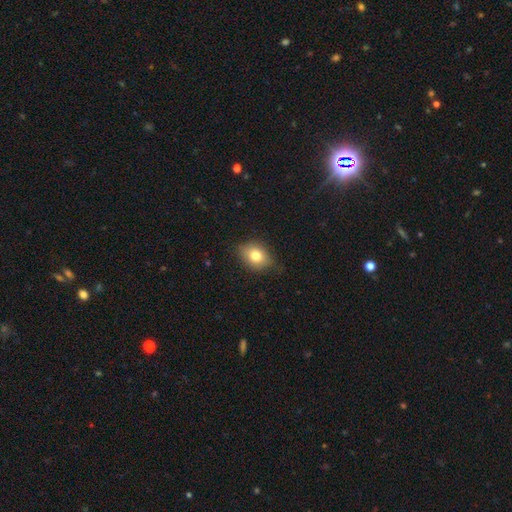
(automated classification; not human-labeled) smooth-or-featured: smooth: 78% | featured or disk: 12% | star or artifact: 10%
  how-rounded: in between: 64% | round: 35% | cigar-shaped: 1%
  merging: none: 73% | minor disturbance: 22% | major disturbance: 4% | merger: 1%